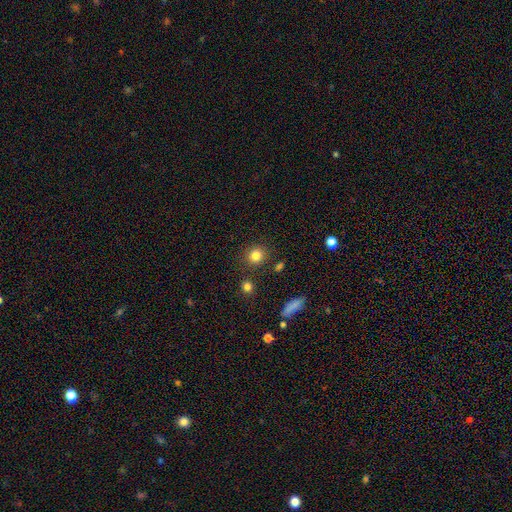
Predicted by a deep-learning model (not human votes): Smooth or featured? Predicted: smooth (p=0.82). How rounded? Predicted: round (p=0.88). Merging? Predicted: none (p=0.85).